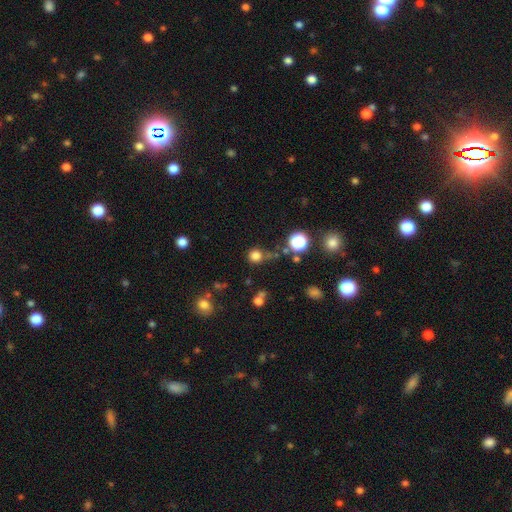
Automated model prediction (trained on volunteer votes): Smooth or featured? smooth (76%)
How rounded? round (91%)
Merging? none (68%)